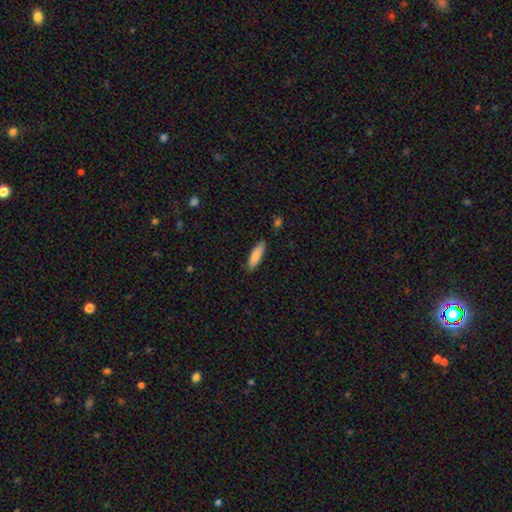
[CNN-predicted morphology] Smooth or featured: smooth — 83% (featured or disk — 11%)
How rounded: cigar-shaped — 58% (in between — 40%)
Merging: none — 85% (minor disturbance — 11%)